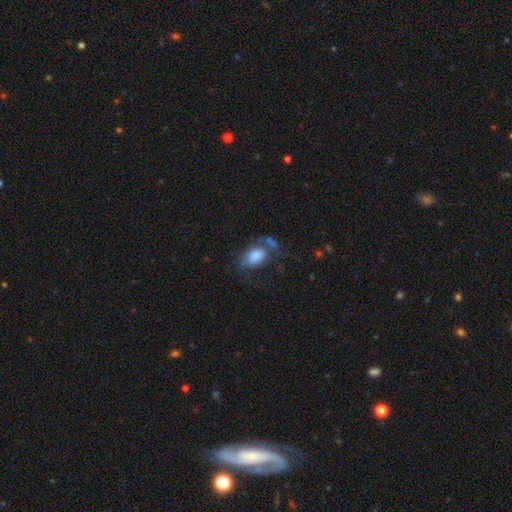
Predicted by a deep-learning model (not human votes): Q: Smooth or featured?
A: smooth (74%); runner-up: featured or disk (17%)
Q: How rounded?
A: in between (84%); runner-up: round (15%)
Q: Merging?
A: none (32%); runner-up: major disturbance (27%)